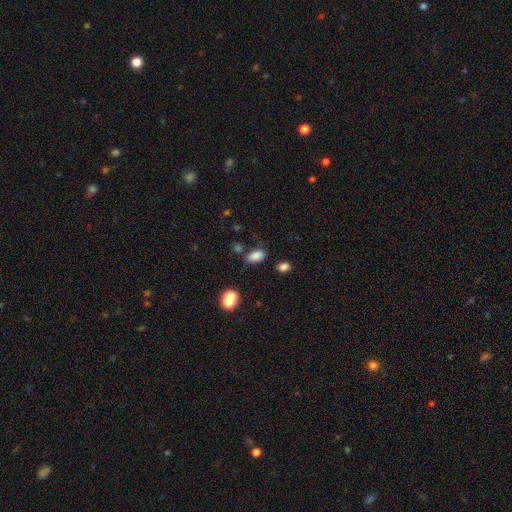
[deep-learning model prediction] Morphology: type=smooth (84%); roundness=in between (90%); merging=none (72%).